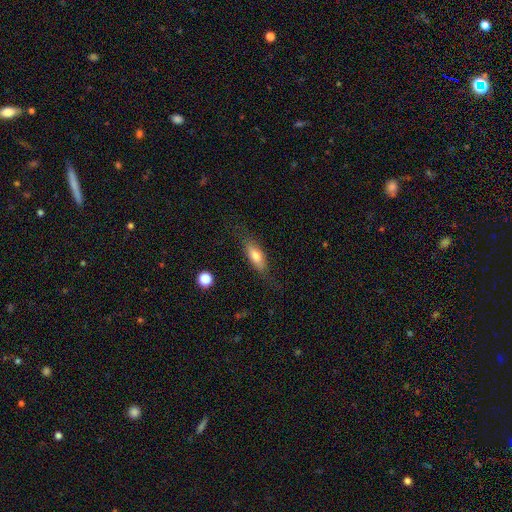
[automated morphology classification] A smooth galaxy with no disk features (67%) that is in between round and cigar-shaped (60%). Merging: none (75%).